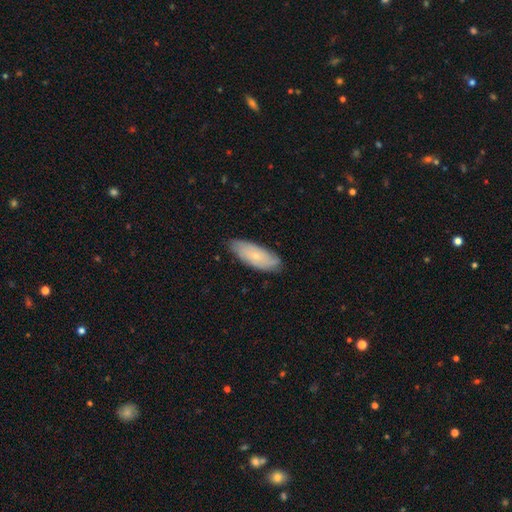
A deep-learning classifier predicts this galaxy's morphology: smooth 50%, featured or disk 43%, star or artifact 7%. Down the decision tree: merging — none (78%).